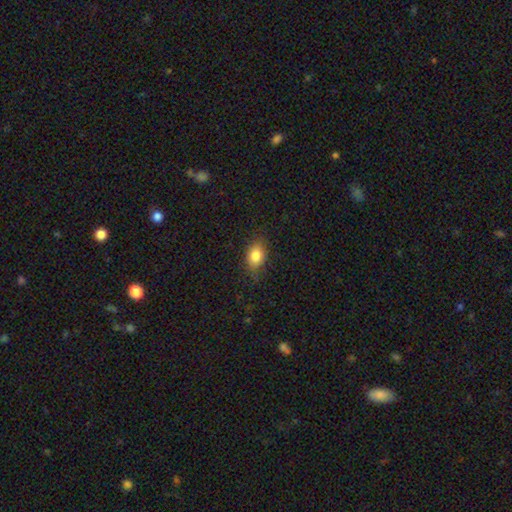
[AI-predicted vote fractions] smooth 82%, star or artifact 10%, featured or disk 9%. Down the decision tree: how rounded — in between (75%); merging — none (78%).